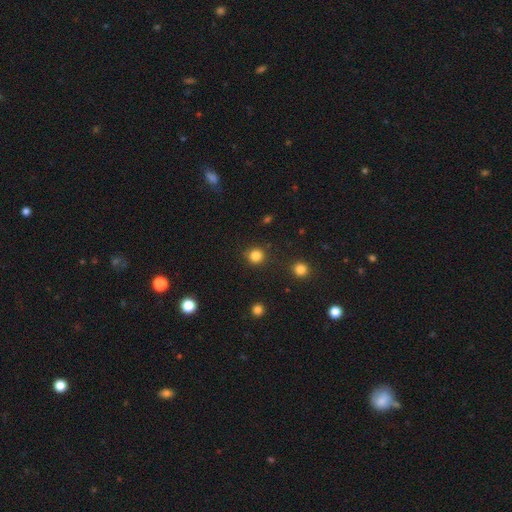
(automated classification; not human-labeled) Overall: smooth (83%). How rounded: round (93%). Merging: none (88%).